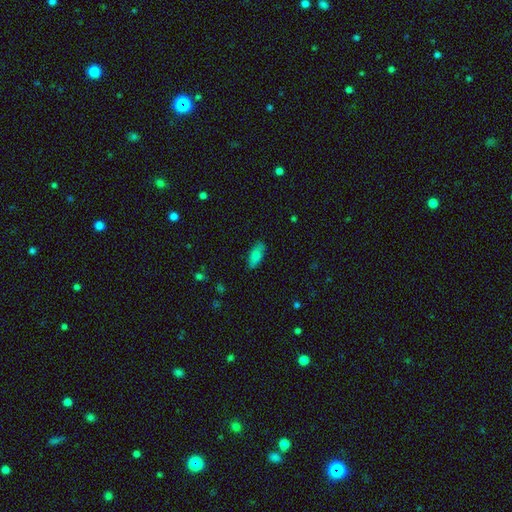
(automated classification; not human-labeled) The model was most divided on "how rounded": in between: 81%, cigar-shaped: 17%, round: 2%. More confident: merging — none (83%); smooth or featured — smooth (82%).